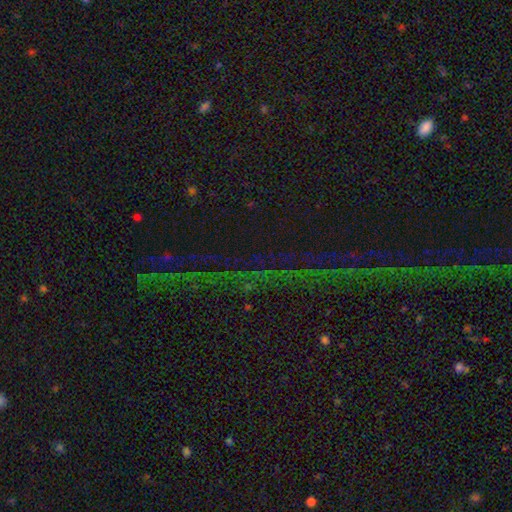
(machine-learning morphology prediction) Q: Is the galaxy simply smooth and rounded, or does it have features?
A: star or artifact — 80%.